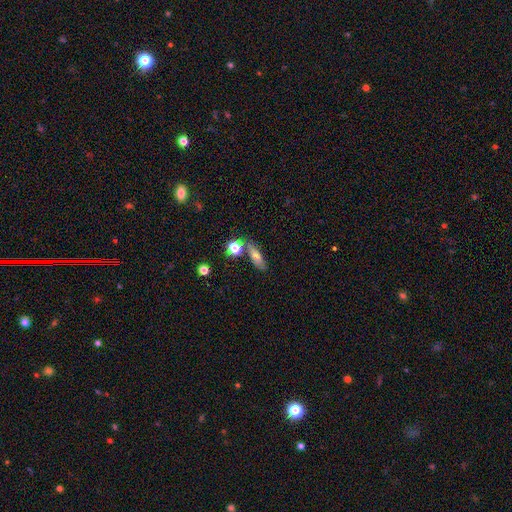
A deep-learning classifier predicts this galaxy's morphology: A smooth galaxy with no disk features (66%) that is in between round and cigar-shaped (60%). Merging: none (65%).